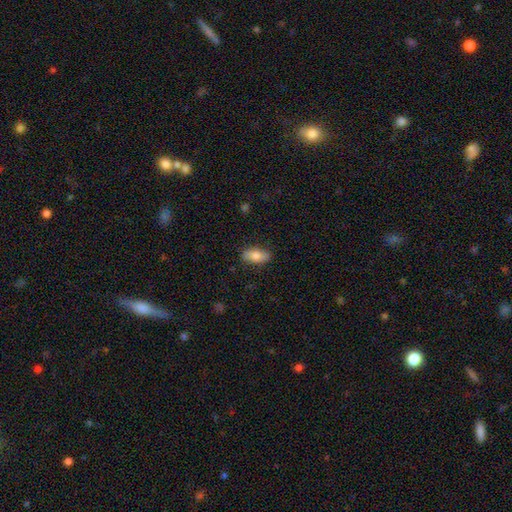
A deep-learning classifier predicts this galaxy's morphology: This is likely a smooth galaxy (74%). How rounded: clearly in between (86%). Merging: clearly none (84%).